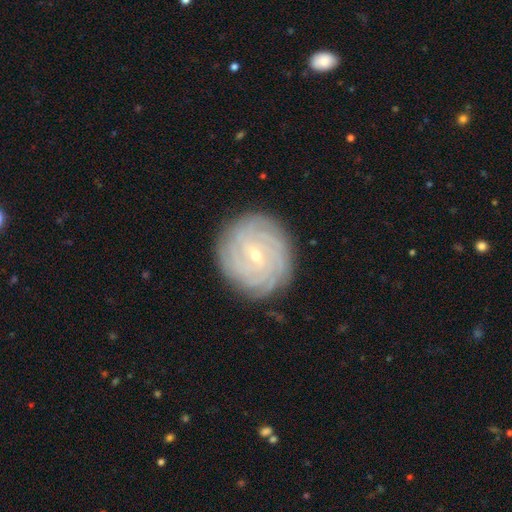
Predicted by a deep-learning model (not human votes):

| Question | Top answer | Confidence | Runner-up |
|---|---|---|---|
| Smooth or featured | featured or disk | 85% | smooth (8%) |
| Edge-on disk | no | 97% | yes (3%) |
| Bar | weak | 52% | no (31%) |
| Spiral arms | yes | 97% | no (3%) |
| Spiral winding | tight | 86% | medium (11%) |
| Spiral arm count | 4 | 26% | can't tell (25%) |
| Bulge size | small | 70% | moderate (27%) |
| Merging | none | 87% | minor disturbance (10%) |